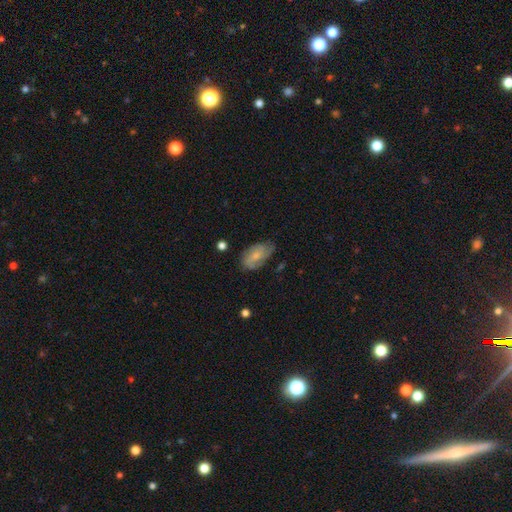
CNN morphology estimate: This appears to be a featured or disk galaxy (47%). Merging: none (62%).